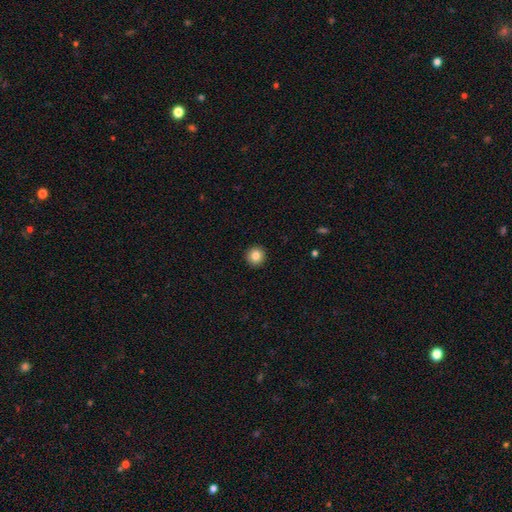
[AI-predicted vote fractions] This is clearly a smooth galaxy (84%). How rounded: clearly round (95%). Merging: clearly none (93%).